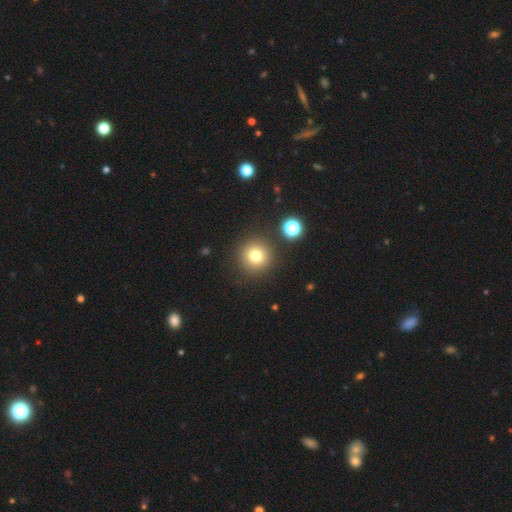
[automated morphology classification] Smooth or featured?
  - smooth: 76% *
  - star or artifact: 15%
  - featured or disk: 9%
How rounded?
  - round: 95% *
  - in between: 4%
  - cigar-shaped: 1%
Merging?
  - none: 88% *
  - minor disturbance: 6%
  - merger: 4%
  - major disturbance: 3%